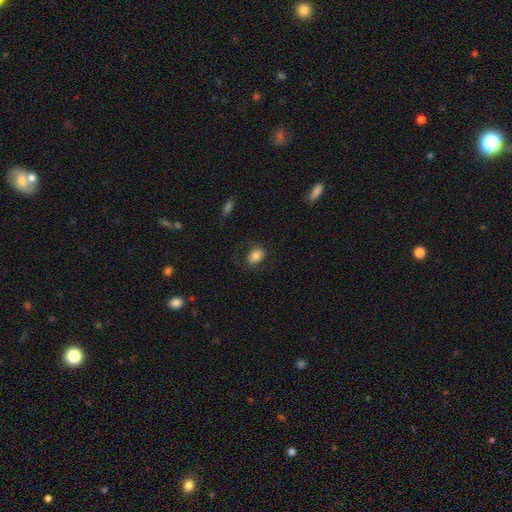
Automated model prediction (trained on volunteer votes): This is clearly a smooth galaxy (80%). How rounded: likely in between (73%). Merging: likely none (74%).